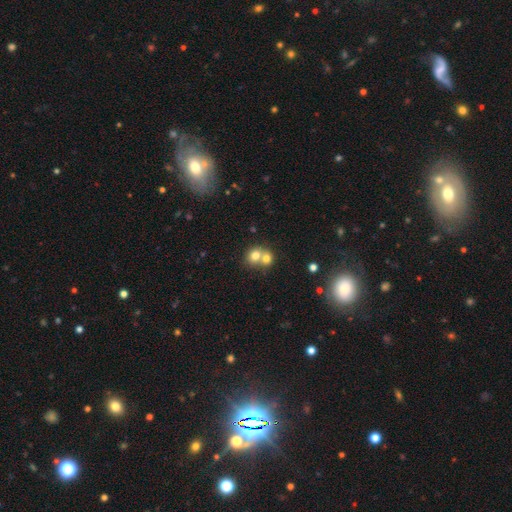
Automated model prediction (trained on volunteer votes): smooth_or_featured: smooth (p=0.72) [alt: featured or disk p=0.17]
how_rounded: round (p=0.74) [alt: in between p=0.25]
merging: merger (p=0.65) [alt: none p=0.28]